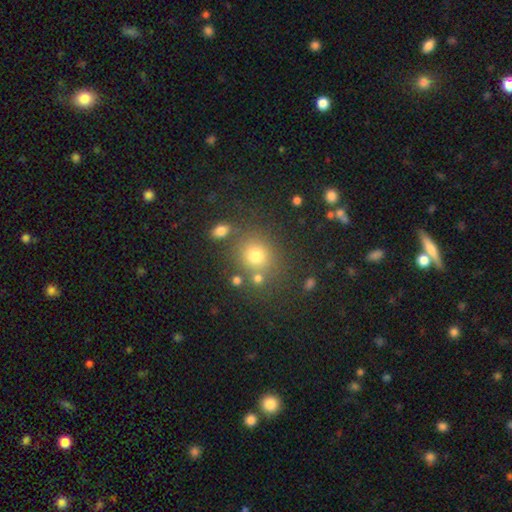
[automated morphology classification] A smooth galaxy with no disk features (73%) that is round (83%). Merging: none (73%).